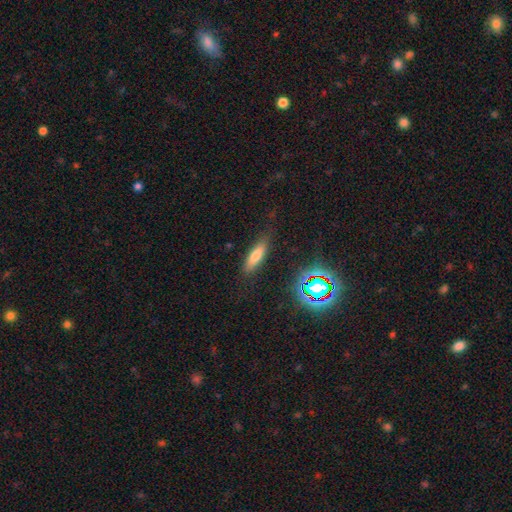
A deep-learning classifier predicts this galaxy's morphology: Smooth or featured? smooth (71%)
How rounded? cigar-shaped (52%)
Merging? none (80%)